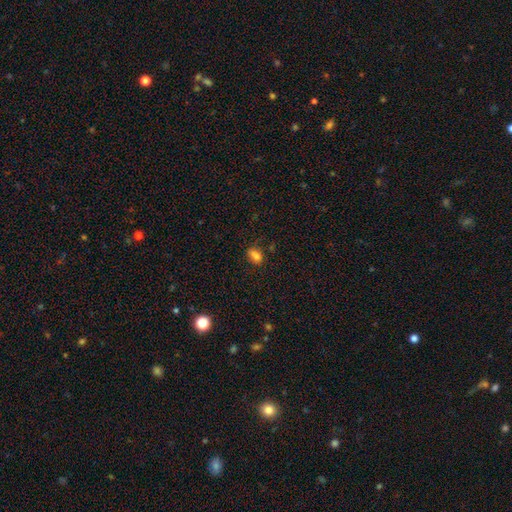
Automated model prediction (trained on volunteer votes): Smooth or featured: smooth — 77% (star or artifact — 16%)
How rounded: in between — 74% (round — 23%)
Merging: none — 62% (minor disturbance — 23%)